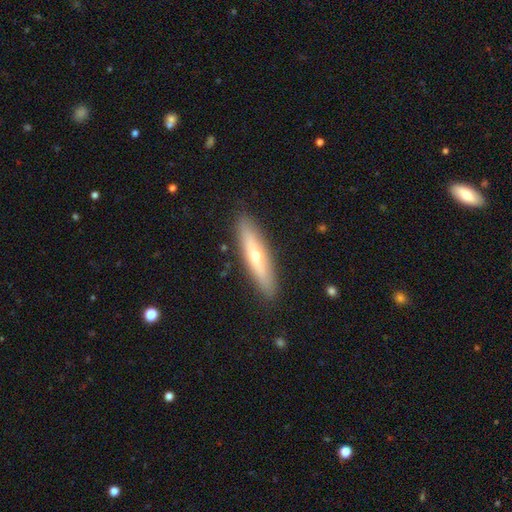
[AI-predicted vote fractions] Morphology: type=featured or disk (48%); merging=none (89%).